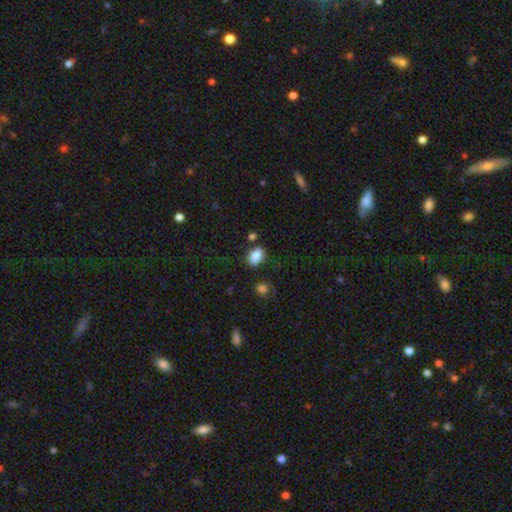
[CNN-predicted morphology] Smooth or featured?
  - smooth: 86% *
  - star or artifact: 8%
  - featured or disk: 6%
How rounded?
  - in between: 83% *
  - round: 16%
  - cigar-shaped: 1%
Merging?
  - none: 77% *
  - minor disturbance: 14%
  - merger: 6%
  - major disturbance: 3%